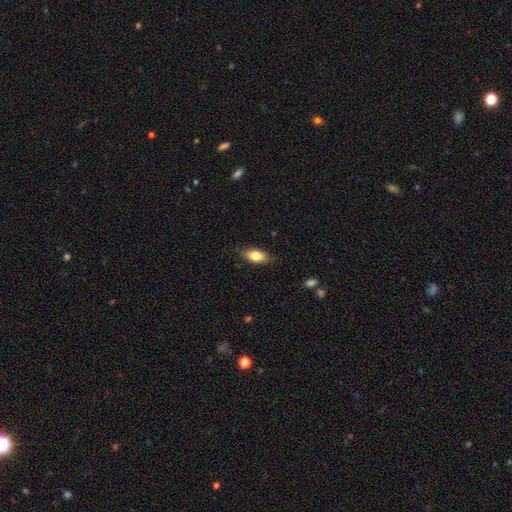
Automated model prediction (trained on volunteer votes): This appears to be a smooth galaxy with no disk features (80%) that is in between round and cigar-shaped (87%). Merging: none (82%).